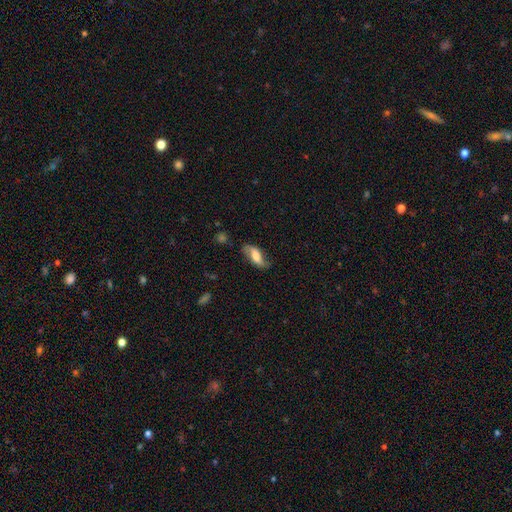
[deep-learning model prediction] Smooth or featured? Predicted: featured or disk (p=0.49). Merging? Predicted: none (p=0.63).